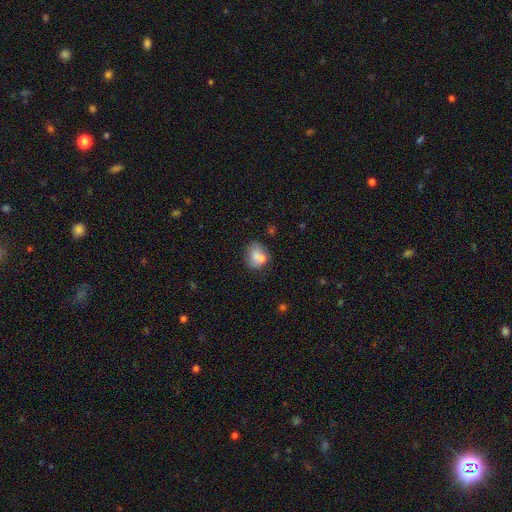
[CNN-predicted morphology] smooth-or-featured: smooth: 69% | featured or disk: 21% | star or artifact: 10%
  how-rounded: round: 52% | in between: 47% | cigar-shaped: 1%
  merging: none: 37% | merger: 33% | minor disturbance: 20% | major disturbance: 10%